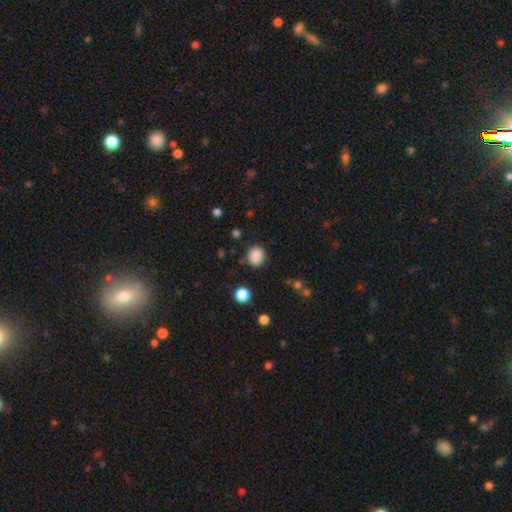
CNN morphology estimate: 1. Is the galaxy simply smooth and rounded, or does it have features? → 87% smooth, 10% star or artifact, 3% featured or disk.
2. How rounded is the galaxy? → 75% round, 24% in between, 1% cigar-shaped.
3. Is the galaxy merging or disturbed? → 82% none, 11% minor disturbance, 4% major disturbance, 3% merger.